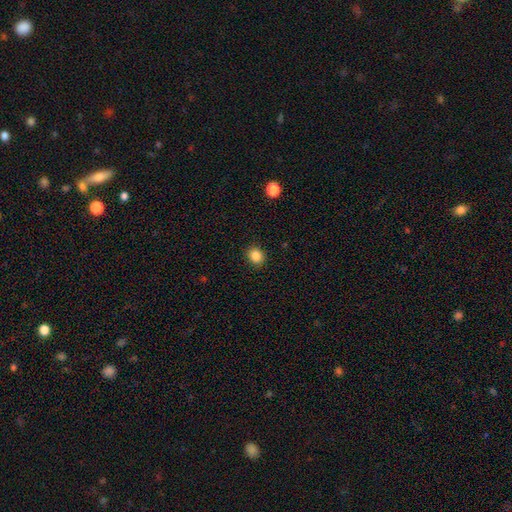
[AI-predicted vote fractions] smooth 86%, star or artifact 10%, featured or disk 4%. Down the decision tree: how rounded — round (72%); merging — none (90%).